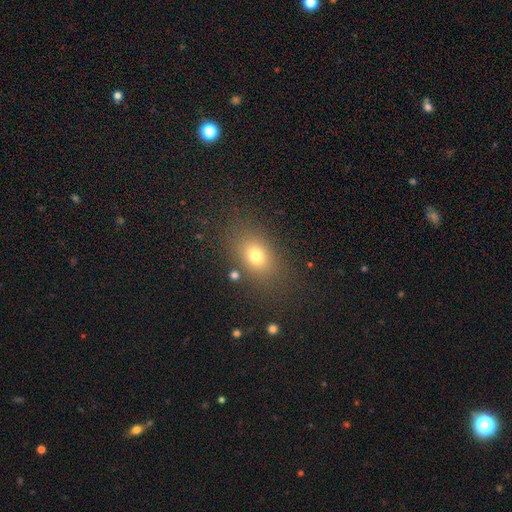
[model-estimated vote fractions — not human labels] Smooth or featured? smooth (73%)
How rounded? in between (71%)
Merging? none (80%)